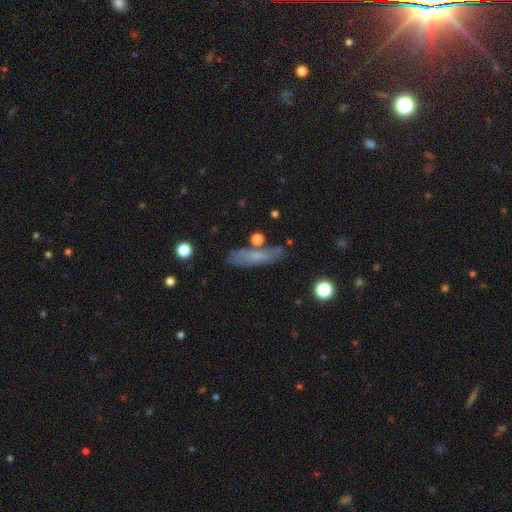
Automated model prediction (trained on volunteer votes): Smooth or featured? smooth (62%)
How rounded? cigar-shaped (71%)
Merging? none (73%)